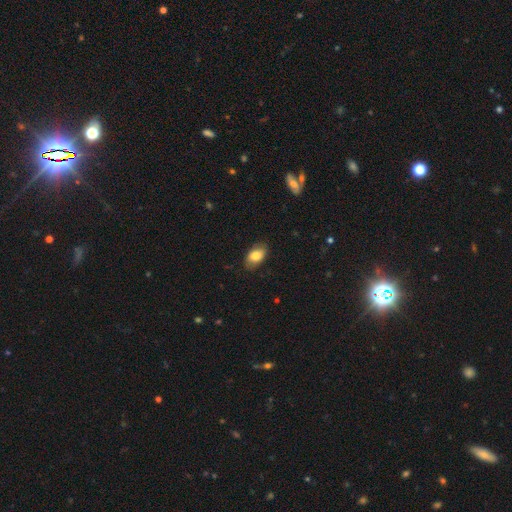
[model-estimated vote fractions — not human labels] Q: Smooth or featured?
A: smooth (80%); runner-up: featured or disk (13%)
Q: How rounded?
A: in between (91%); runner-up: round (7%)
Q: Merging?
A: none (81%); runner-up: minor disturbance (15%)